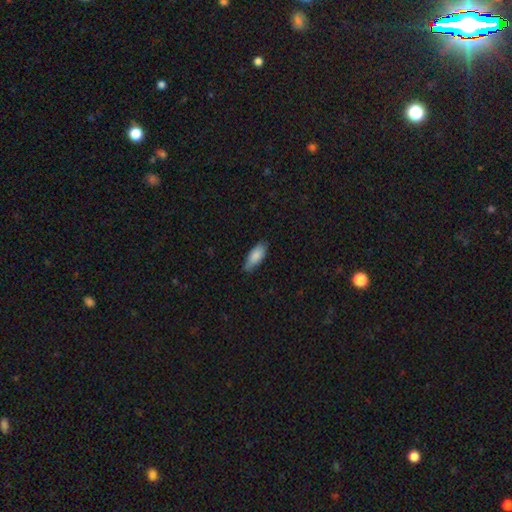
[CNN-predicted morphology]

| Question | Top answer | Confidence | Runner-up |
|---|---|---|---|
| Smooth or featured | smooth | 86% | featured or disk (9%) |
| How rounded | in between | 78% | cigar-shaped (21%) |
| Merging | none | 76% | minor disturbance (20%) |